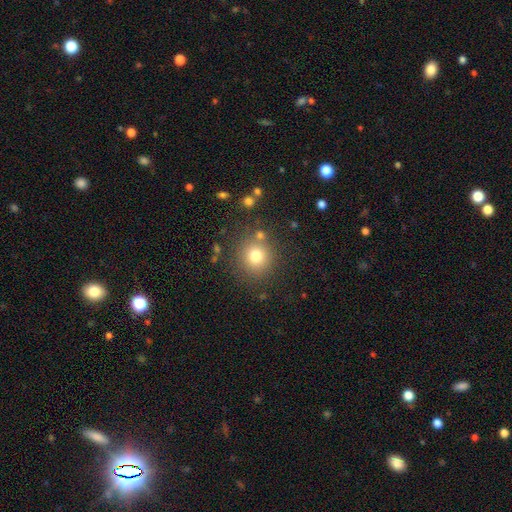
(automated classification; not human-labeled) The model was most divided on "smooth or featured": smooth: 77%, star or artifact: 14%, featured or disk: 9%. More confident: how rounded — round (91%); merging — none (80%).